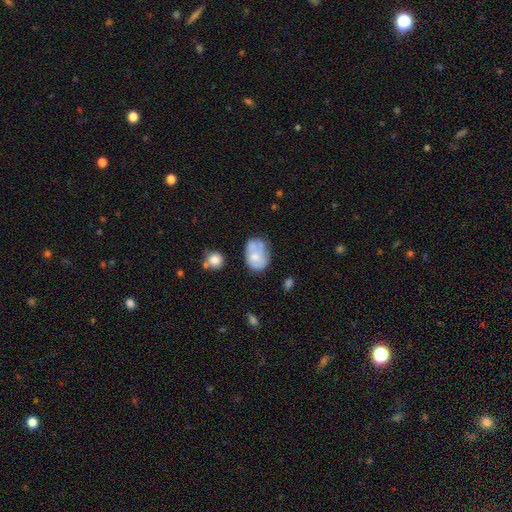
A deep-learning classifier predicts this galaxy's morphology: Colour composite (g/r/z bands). It shows a smooth galaxy with no disk features (59%) that is in between round and cigar-shaped (77%). Merging: none (40%).